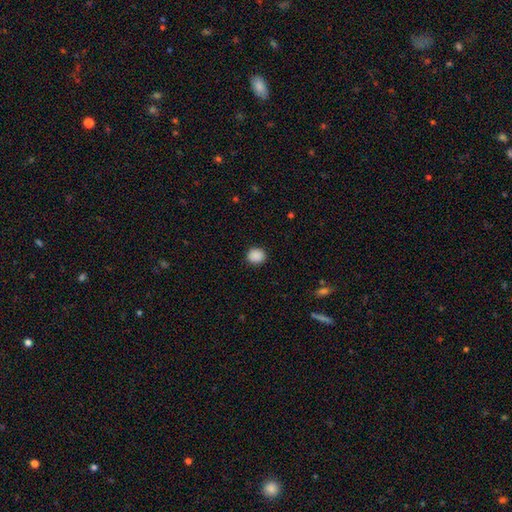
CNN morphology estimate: Smooth or featured: smooth — 89% (star or artifact — 9%)
How rounded: round — 78% (in between — 21%)
Merging: none — 90% (minor disturbance — 7%)